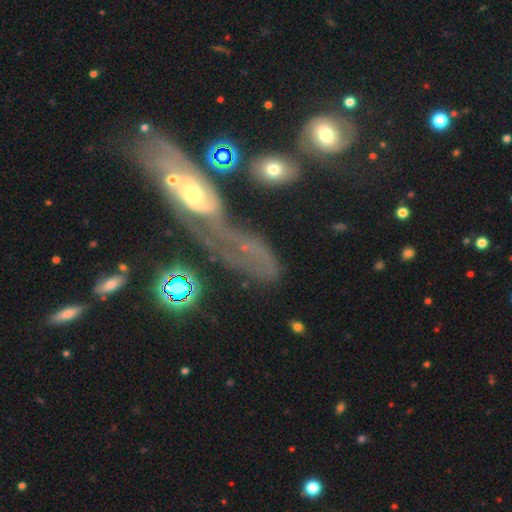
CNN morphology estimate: This is possibly a featured or disk galaxy (55%). It is likely not viewed edge-on (76%). Merging: marginally none (32%).